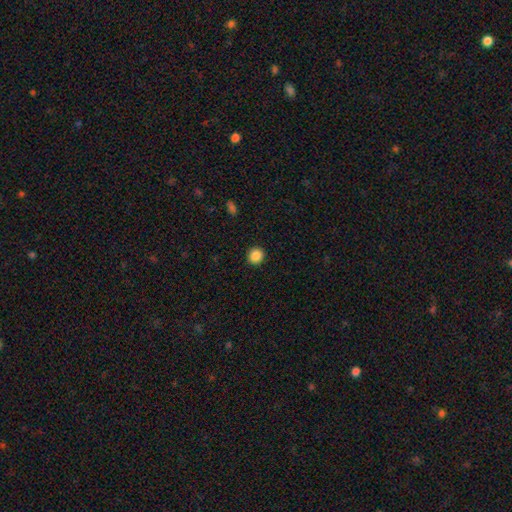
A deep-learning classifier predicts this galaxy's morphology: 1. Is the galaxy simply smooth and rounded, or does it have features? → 87% smooth, 10% star or artifact, 3% featured or disk.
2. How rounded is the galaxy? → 91% round, 8% in between, 1% cigar-shaped.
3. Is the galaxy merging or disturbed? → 92% none, 5% minor disturbance, 2% major disturbance, 1% merger.